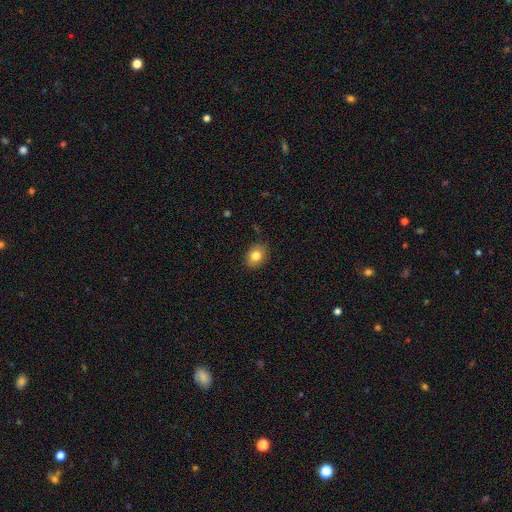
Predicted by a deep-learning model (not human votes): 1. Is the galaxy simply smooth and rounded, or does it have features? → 82% smooth, 10% featured or disk, 9% star or artifact.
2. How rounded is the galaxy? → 67% in between, 32% round, 1% cigar-shaped.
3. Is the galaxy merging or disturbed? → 86% none, 10% minor disturbance, 2% major disturbance, 1% merger.